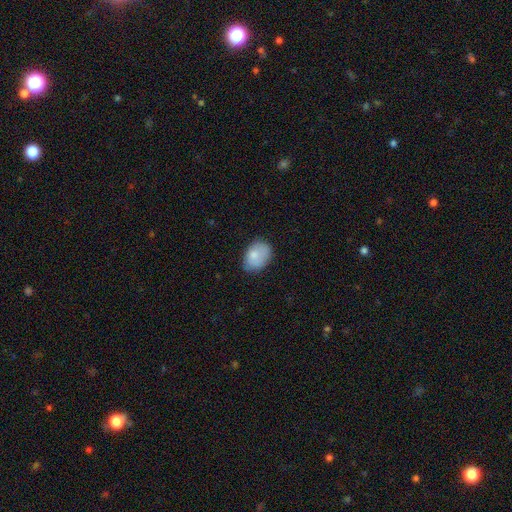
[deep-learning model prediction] Smooth or featured?
  - smooth: 82% *
  - featured or disk: 11%
  - star or artifact: 7%
How rounded?
  - in between: 78% *
  - round: 21%
  - cigar-shaped: 1%
Merging?
  - none: 70% *
  - minor disturbance: 23%
  - major disturbance: 5%
  - merger: 2%